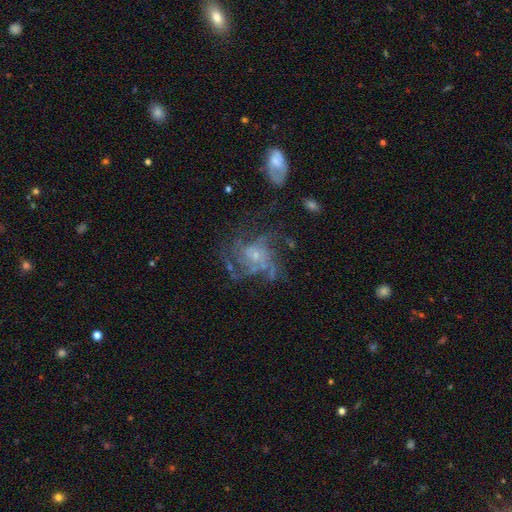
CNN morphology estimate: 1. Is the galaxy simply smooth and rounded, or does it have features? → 80% featured or disk, 11% star or artifact, 10% smooth.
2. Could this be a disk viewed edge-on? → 98% no, 2% yes.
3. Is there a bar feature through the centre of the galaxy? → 75% no, 22% weak, 4% strong.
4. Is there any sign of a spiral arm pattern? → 90% yes, 10% no.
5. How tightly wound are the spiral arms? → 42% medium, 40% tight, 18% loose.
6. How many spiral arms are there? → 28% can't tell, 27% 4, 19% 3, 12% more than 4, 8% 2, 6% 1.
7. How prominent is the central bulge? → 70% small, 20% moderate, 6% none, 2% large, 1% dominant.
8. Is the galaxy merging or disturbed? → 51% none, 25% major disturbance, 18% minor disturbance, 6% merger.